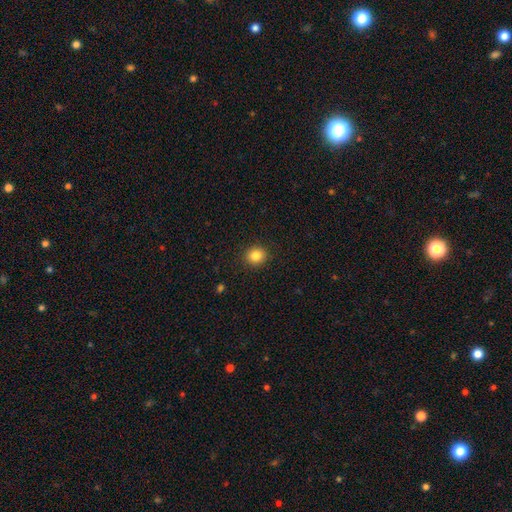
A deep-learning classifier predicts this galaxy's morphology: Smooth or featured? Predicted: smooth (p=0.84). How rounded? Predicted: round (p=0.83). Merging? Predicted: none (p=0.91).